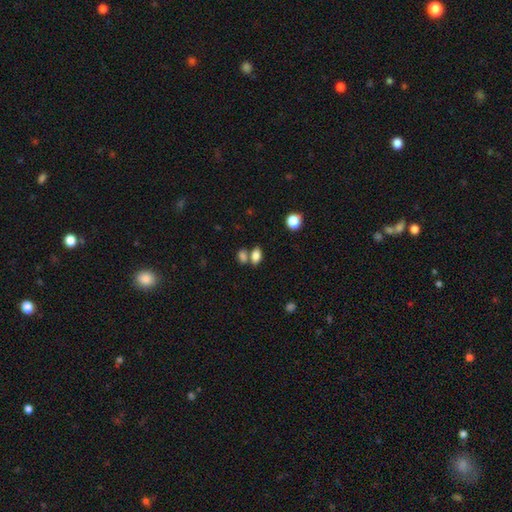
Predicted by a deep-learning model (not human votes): smooth-or-featured: smooth: 82% | star or artifact: 10% | featured or disk: 8%
  how-rounded: in between: 86% | round: 11% | cigar-shaped: 3%
  merging: none: 50% | merger: 36% | minor disturbance: 10% | major disturbance: 4%